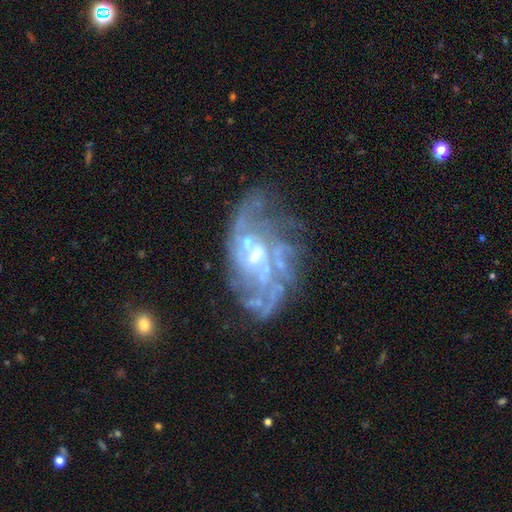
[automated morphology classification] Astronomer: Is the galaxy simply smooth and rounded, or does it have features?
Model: featured or disk — 82%.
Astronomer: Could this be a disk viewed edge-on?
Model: no — 97%.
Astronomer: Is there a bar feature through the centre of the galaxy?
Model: no — 49% (runner-up: weak, 41%).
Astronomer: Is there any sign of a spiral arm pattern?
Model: yes — 84%.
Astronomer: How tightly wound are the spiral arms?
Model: medium — 41% (runner-up: tight, 33%).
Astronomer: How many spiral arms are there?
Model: can't tell — 40% (runner-up: 2, 19%).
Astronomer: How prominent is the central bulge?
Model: small — 45% (runner-up: moderate, 40%).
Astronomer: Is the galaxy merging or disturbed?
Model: none — 51%.